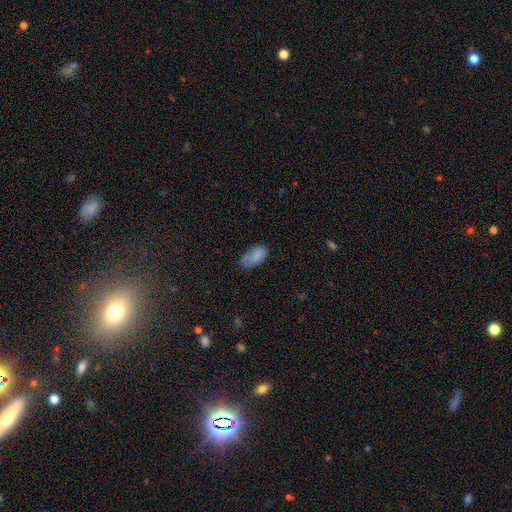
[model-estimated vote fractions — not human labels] Smooth or featured?
  - smooth: 81% *
  - featured or disk: 10%
  - star or artifact: 9%
How rounded?
  - in between: 93% *
  - cigar-shaped: 3%
  - round: 3%
Merging?
  - none: 62% *
  - minor disturbance: 27%
  - major disturbance: 8%
  - merger: 3%